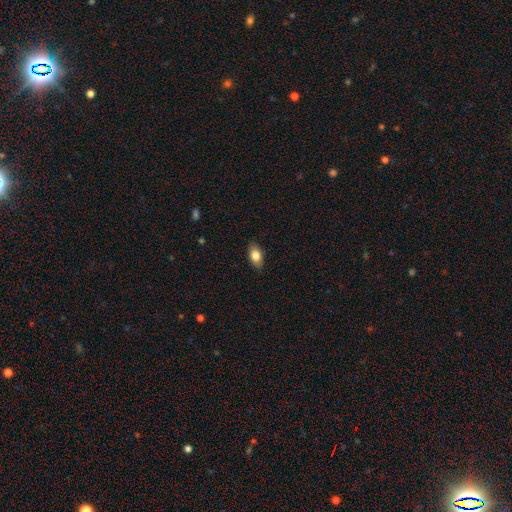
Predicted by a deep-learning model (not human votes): The model was most divided on "smooth or featured": smooth: 79%, featured or disk: 13%, star or artifact: 7%. More confident: how rounded — in between (88%); merging — none (86%).